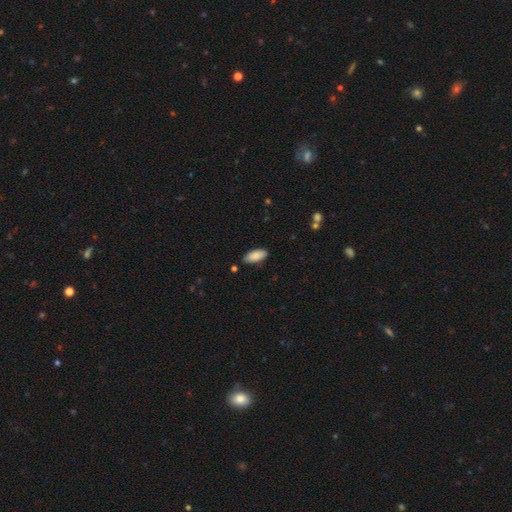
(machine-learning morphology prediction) Smooth or featured?
  - smooth: 87% *
  - featured or disk: 7%
  - star or artifact: 6%
How rounded?
  - in between: 90% *
  - cigar-shaped: 8%
  - round: 2%
Merging?
  - none: 86% *
  - minor disturbance: 10%
  - major disturbance: 2%
  - merger: 2%